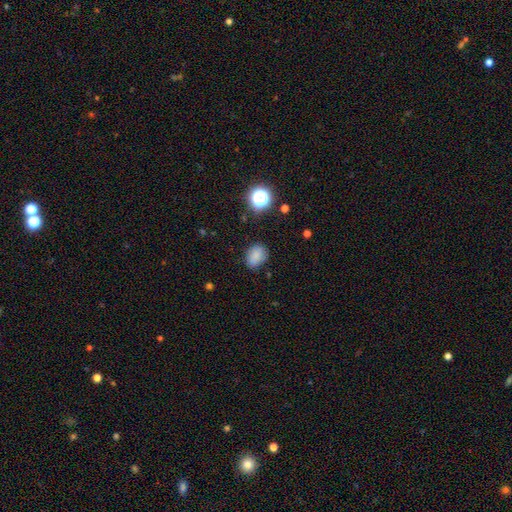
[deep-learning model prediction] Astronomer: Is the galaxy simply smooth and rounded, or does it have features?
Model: smooth — 81%.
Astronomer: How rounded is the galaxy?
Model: in between — 66%.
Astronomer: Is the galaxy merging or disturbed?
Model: none — 78%.